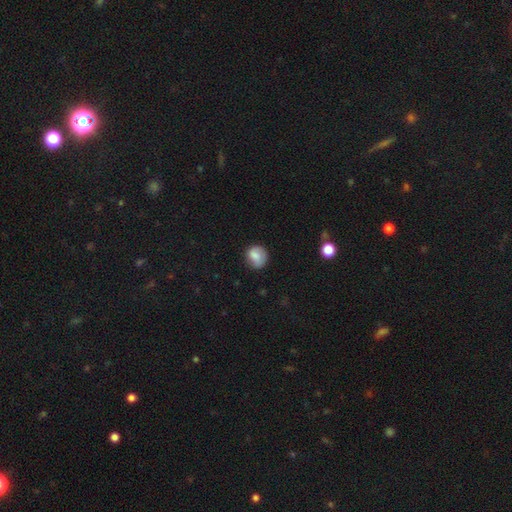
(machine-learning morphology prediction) smooth 81%, featured or disk 11%, star or artifact 8%. Down the decision tree: how rounded — round (78%); merging — none (68%).